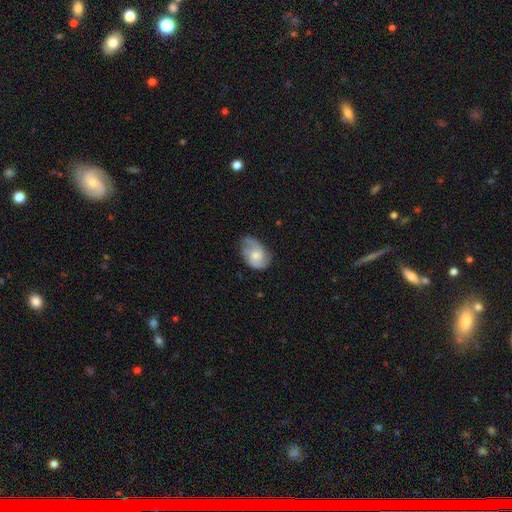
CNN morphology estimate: featured or disk 55%, smooth 38%, star or artifact 7%. Down the decision tree: edge-on disk — no (96%); bar — no (70%); spiral arms — yes (87%); bulge size — moderate (53%); merging — none (58%).